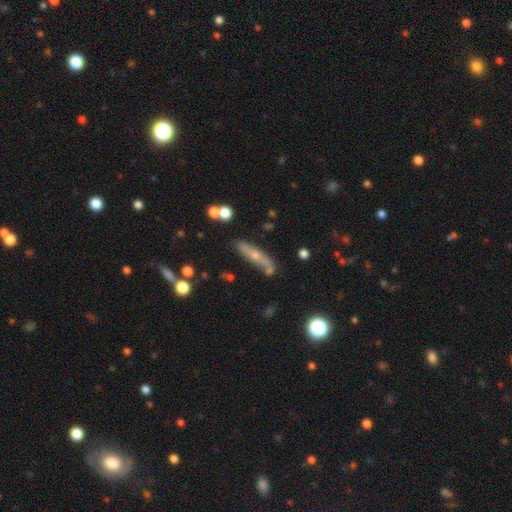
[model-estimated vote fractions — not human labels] A featured or disk galaxy (50%).

Vote fractions:
- Smooth or featured? featured or disk: 50% / smooth: 41% / star or artifact: 9%
- Merging? none: 68% / minor disturbance: 19% / merger: 8% / major disturbance: 5%